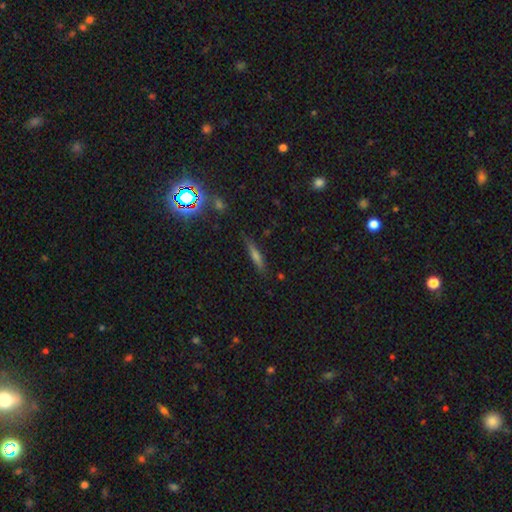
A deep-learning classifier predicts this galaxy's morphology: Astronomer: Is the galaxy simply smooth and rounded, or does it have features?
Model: smooth — 44% (runner-up: featured or disk, 38%).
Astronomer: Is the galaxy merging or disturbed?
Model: none — 84%.